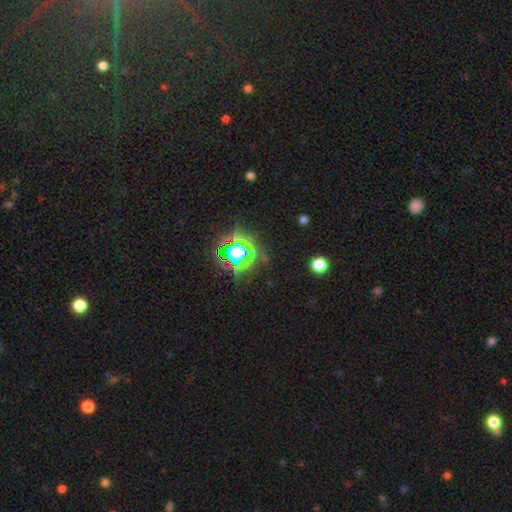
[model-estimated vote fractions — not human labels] Q: Smooth or featured?
A: star or artifact (78%); runner-up: smooth (14%)